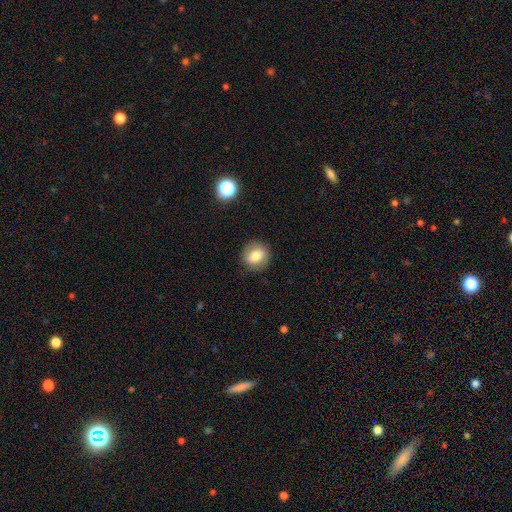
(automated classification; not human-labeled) smooth-or-featured: smooth: 75% | featured or disk: 15% | star or artifact: 10%
  how-rounded: round: 81% | in between: 18% | cigar-shaped: 1%
  merging: none: 86% | minor disturbance: 9% | major disturbance: 3% | merger: 1%